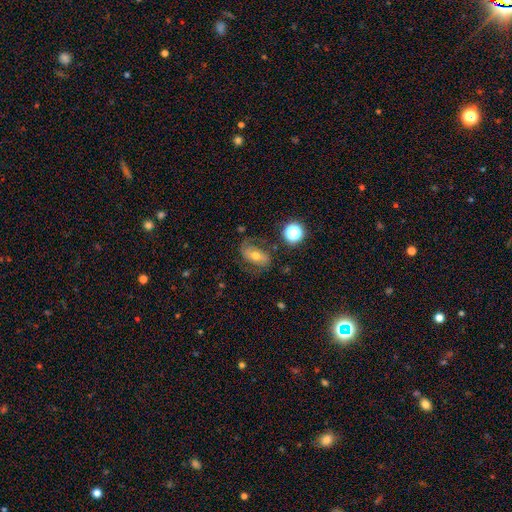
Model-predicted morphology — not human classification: Smooth or featured: featured or disk — 54% (smooth — 33%)
Edge-on disk: no — 93% (yes — 7%)
Bar: no — 51% (weak — 29%)
Spiral arms: yes — 77% (no — 23%)
Bulge size: moderate — 69% (small — 20%)
Merging: none — 65% (minor disturbance — 19%)